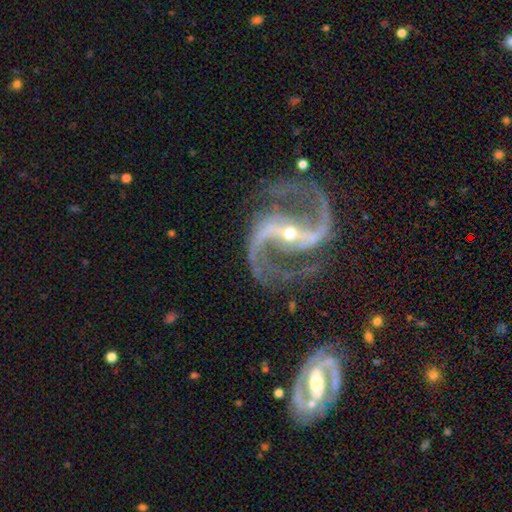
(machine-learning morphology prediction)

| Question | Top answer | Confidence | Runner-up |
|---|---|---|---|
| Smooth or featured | featured or disk | 93% | star or artifact (5%) |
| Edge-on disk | no | 97% | yes (3%) |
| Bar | strong | 72% | weak (19%) |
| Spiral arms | yes | 99% | no (1%) |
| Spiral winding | medium | 56% | loose (33%) |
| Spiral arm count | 2 | 95% | 3 (1%) |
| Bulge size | small | 63% | moderate (34%) |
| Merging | none | 74% | minor disturbance (14%) |